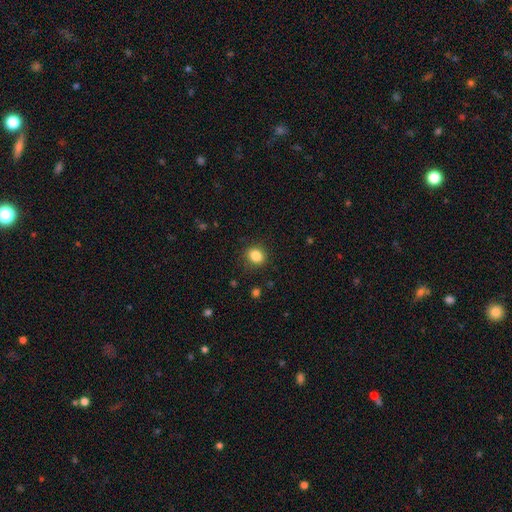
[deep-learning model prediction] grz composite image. It shows a smooth galaxy with no disk features (85%) that is round (69%). Merging: none (87%).